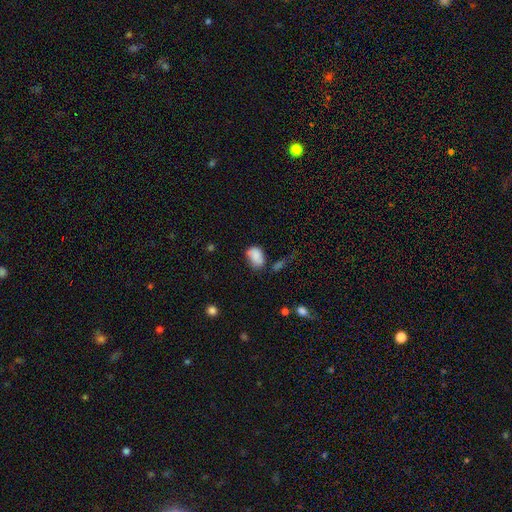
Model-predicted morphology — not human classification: This is clearly a smooth galaxy (80%). How rounded: clearly in between (83%). Merging: marginally none (43%).